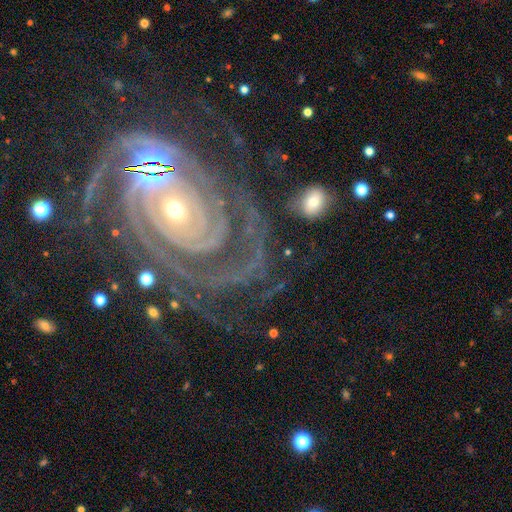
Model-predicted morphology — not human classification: Q: Smooth or featured?
A: featured or disk (89%); runner-up: star or artifact (7%)
Q: Edge-on disk?
A: no (97%); runner-up: yes (3%)
Q: Bar?
A: no (71%); runner-up: weak (15%)
Q: Spiral arms?
A: yes (98%); runner-up: no (2%)
Q: Spiral winding?
A: tight (84%); runner-up: medium (13%)
Q: Spiral arm count?
A: 2 (29%); runner-up: 3 (23%)
Q: Bulge size?
A: small (58%); runner-up: moderate (38%)
Q: Merging?
A: none (65%); runner-up: minor disturbance (18%)